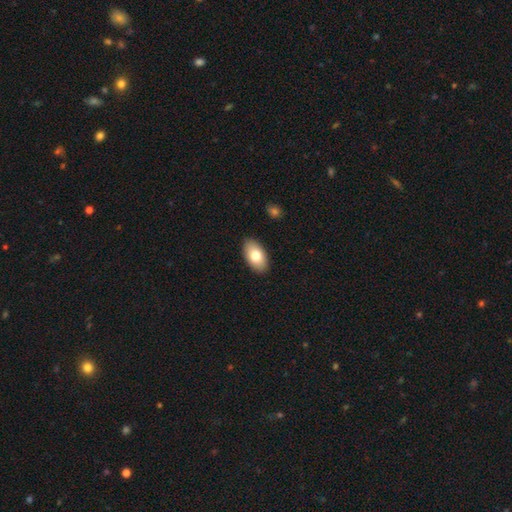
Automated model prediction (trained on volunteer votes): The model was most divided on "smooth or featured": smooth: 77%, featured or disk: 16%, star or artifact: 6%. More confident: how rounded — in between (94%); merging — none (90%).